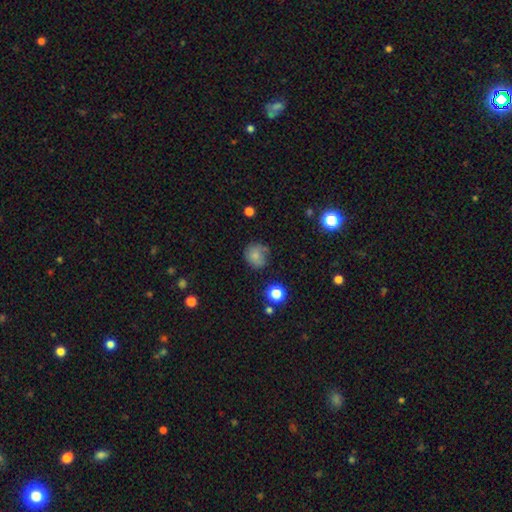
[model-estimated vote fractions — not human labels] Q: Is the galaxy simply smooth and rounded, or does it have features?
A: smooth — 76%.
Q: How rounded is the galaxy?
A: round — 82%.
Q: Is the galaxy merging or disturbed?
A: none — 61%.